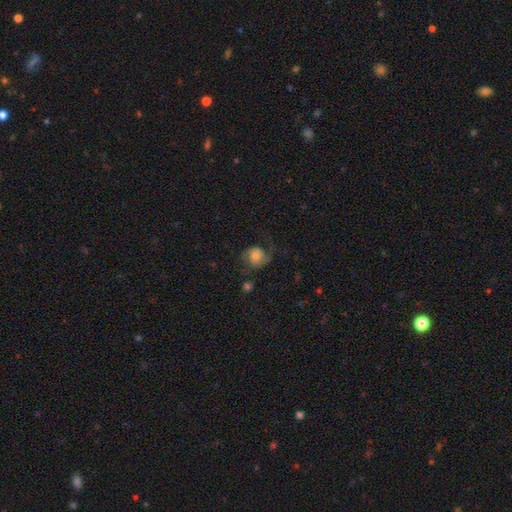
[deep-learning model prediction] Smooth or featured?
  - featured or disk: 66% *
  - smooth: 26%
  - star or artifact: 9%
Edge-on disk?
  - no: 98% *
  - yes: 2%
Bar?
  - no: 69% *
  - weak: 26%
  - strong: 5%
Spiral arms?
  - yes: 93% *
  - no: 7%
Spiral winding?
  - medium: 43% *
  - loose: 39%
  - tight: 18%
Spiral arm count?
  - 2: 84% *
  - 1: 8%
  - can't tell: 4%
  - 3: 1%
  - 4: 1%
  - more than 4: 1%
Bulge size?
  - moderate: 55% *
  - small: 24%
  - large: 14%
  - none: 4%
  - dominant: 3%
Merging?
  - none: 61% *
  - minor disturbance: 19%
  - major disturbance: 18%
  - merger: 2%